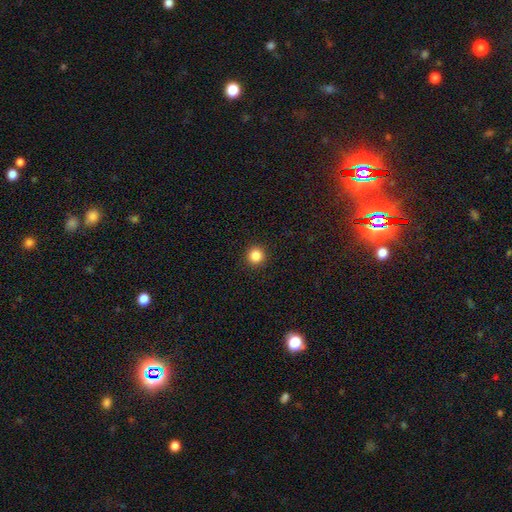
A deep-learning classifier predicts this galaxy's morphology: The model was most divided on "smooth or featured": smooth: 85%, star or artifact: 11%, featured or disk: 4%. More confident: how rounded — round (95%); merging — none (93%).